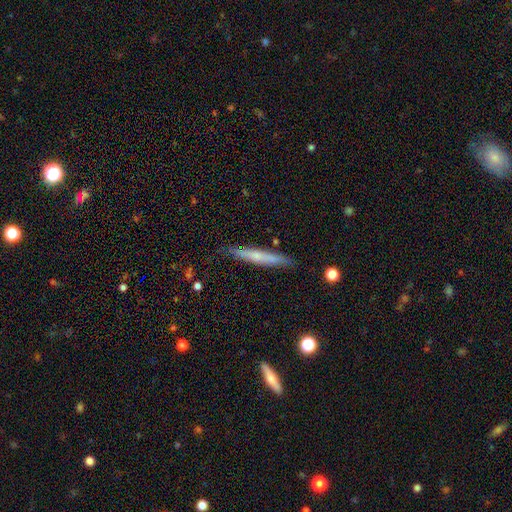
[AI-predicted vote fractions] smooth-or-featured: smooth: 53% | featured or disk: 41% | star or artifact: 7%
  how-rounded: cigar-shaped: 95% | in between: 4% | round: 1%
  merging: none: 85% | minor disturbance: 11% | major disturbance: 2% | merger: 2%